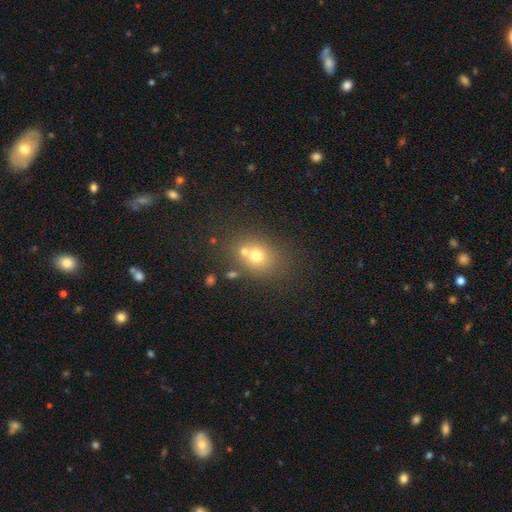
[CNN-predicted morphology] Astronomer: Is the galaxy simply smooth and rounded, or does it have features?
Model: smooth — 66%.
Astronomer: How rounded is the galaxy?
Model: round — 63%.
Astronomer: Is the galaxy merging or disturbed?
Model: none — 51% (runner-up: merger, 34%).